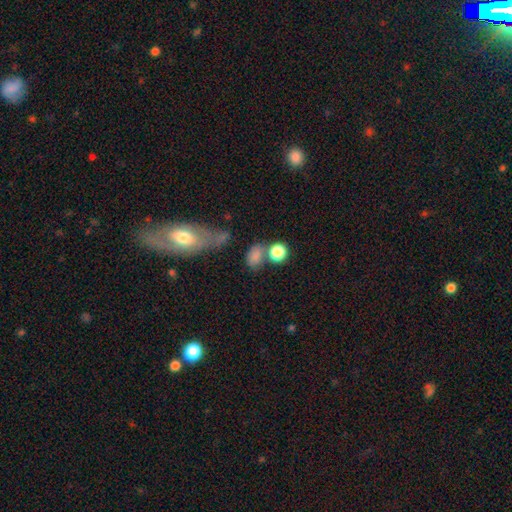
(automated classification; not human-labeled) Morphology: type=smooth (79%); roundness=in between (59%); merging=none (50%).